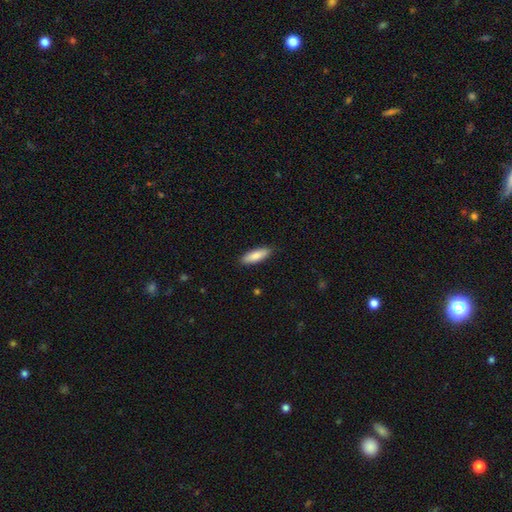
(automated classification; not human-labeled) Smooth or featured?
  - smooth: 86% *
  - featured or disk: 9%
  - star or artifact: 6%
How rounded?
  - in between: 54% *
  - cigar-shaped: 44%
  - round: 2%
Merging?
  - none: 88% *
  - minor disturbance: 9%
  - major disturbance: 2%
  - merger: 1%